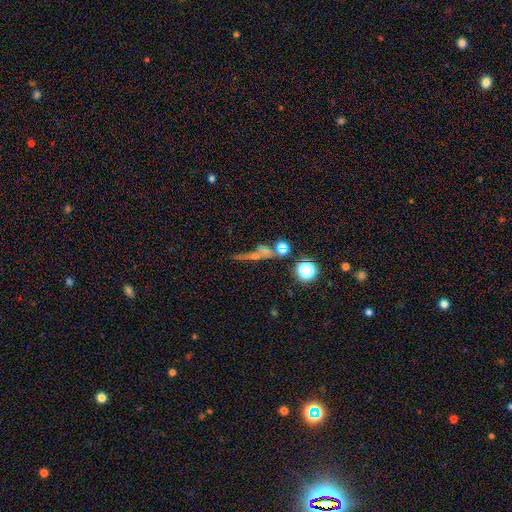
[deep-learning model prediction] smooth_or_featured: featured or disk (p=0.34) [tied with: star or artifact p=0.34]
merging: none (p=0.53) [alt: merger p=0.23]